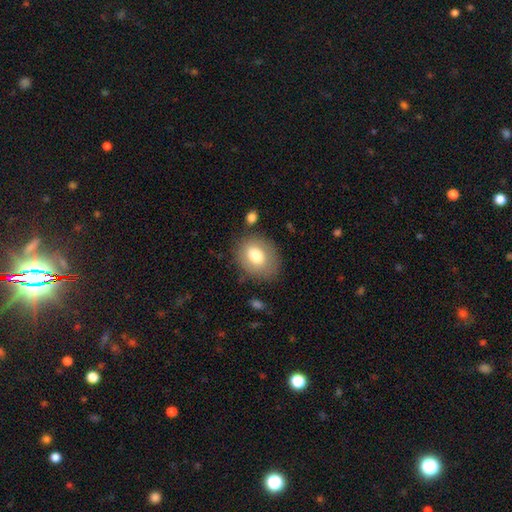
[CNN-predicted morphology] smooth 75%, featured or disk 16%, star or artifact 8%. Down the decision tree: how rounded — in between (57%); merging — none (77%).